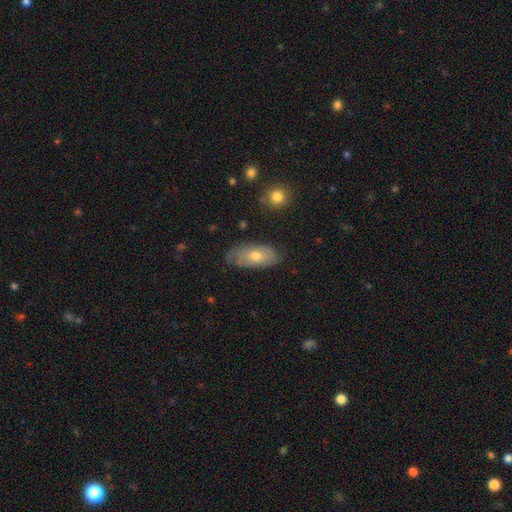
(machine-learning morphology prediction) Smooth or featured: smooth — 55% (featured or disk — 38%)
How rounded: in between — 90% (cigar-shaped — 6%)
Merging: none — 70% (minor disturbance — 23%)